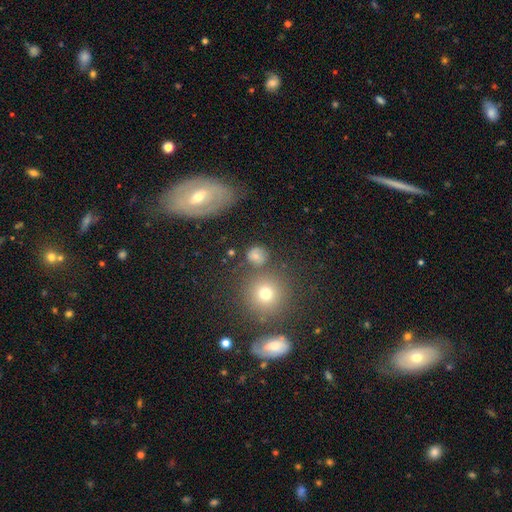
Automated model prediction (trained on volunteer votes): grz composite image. It shows a smooth galaxy with no disk features (68%) that is round (82%). Merging: none (74%).